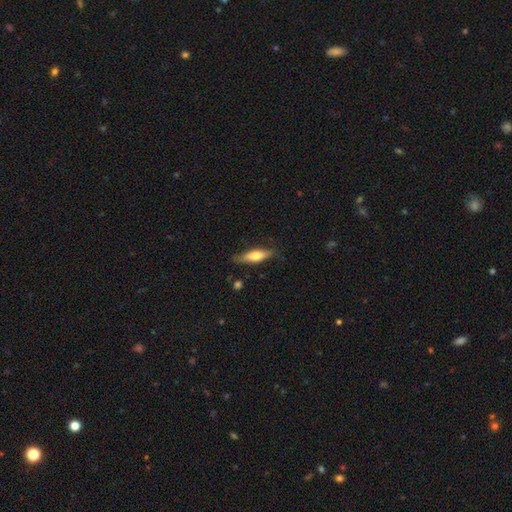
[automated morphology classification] smooth 57%, featured or disk 37%, star or artifact 6%. Down the decision tree: how rounded — cigar-shaped (61%); merging — none (79%).